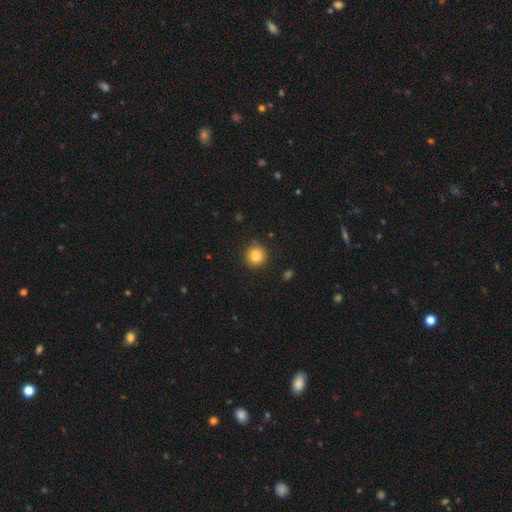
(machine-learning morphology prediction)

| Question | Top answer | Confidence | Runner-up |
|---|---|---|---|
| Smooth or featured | smooth | 84% | star or artifact (10%) |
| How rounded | round | 94% | in between (5%) |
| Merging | none | 89% | minor disturbance (8%) |